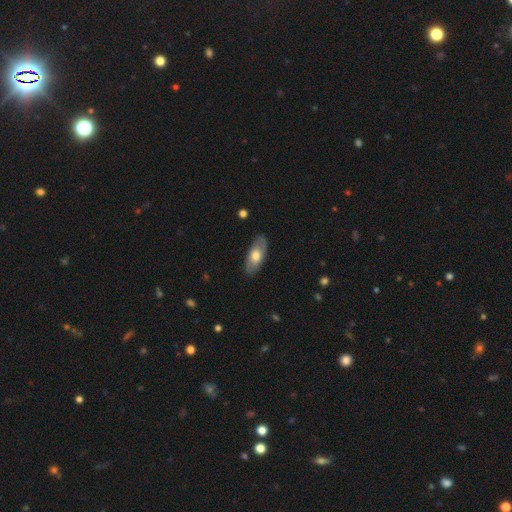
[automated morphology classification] A smooth galaxy with no disk features (61%) that is in between round and cigar-shaped (85%). Merging: none (85%).